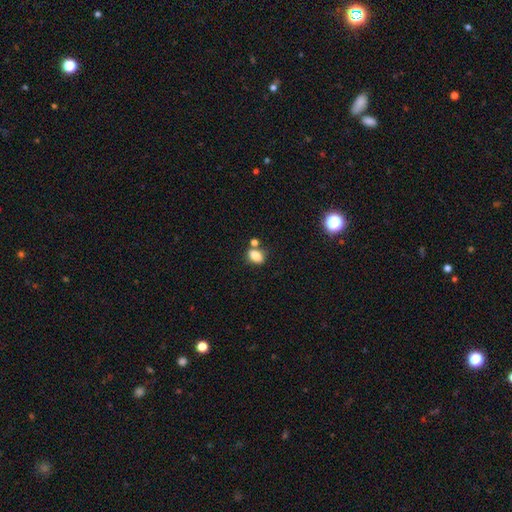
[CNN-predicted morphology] This appears to be a smooth galaxy with no disk features (81%) that is in between round and cigar-shaped (78%). Merging: none (61%).